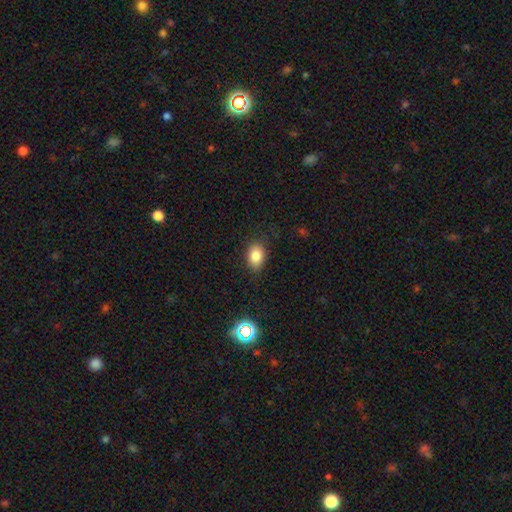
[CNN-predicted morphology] A smooth galaxy with no disk features (82%) that is in between round and cigar-shaped (79%).

Vote fractions:
- Smooth or featured? smooth: 82% / star or artifact: 11% / featured or disk: 7%
- How rounded? in between: 79% / round: 20% / cigar-shaped: 1%
- Merging? none: 82% / minor disturbance: 14% / major disturbance: 4% / merger: 1%